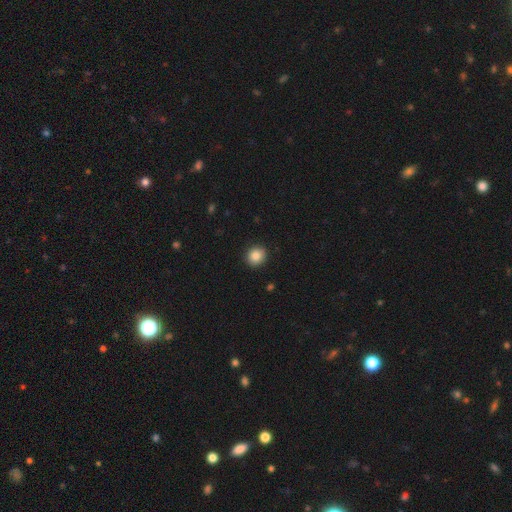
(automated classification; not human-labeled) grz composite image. It shows a smooth galaxy with no disk features (86%) that is round (85%). Merging: none (91%).